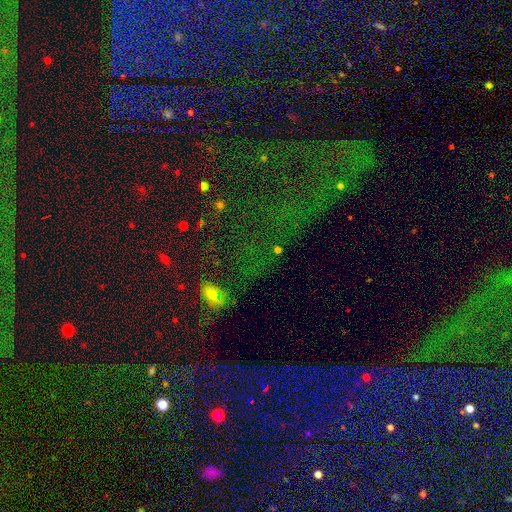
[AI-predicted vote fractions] Smooth or featured? star or artifact (74%)